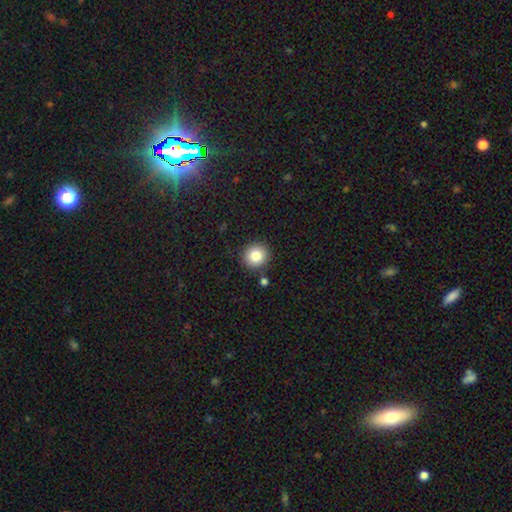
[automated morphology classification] smooth-or-featured: smooth: 83% | star or artifact: 10% | featured or disk: 7%
  how-rounded: round: 92% | in between: 7% | cigar-shaped: 1%
  merging: none: 87% | minor disturbance: 7% | merger: 3% | major disturbance: 2%